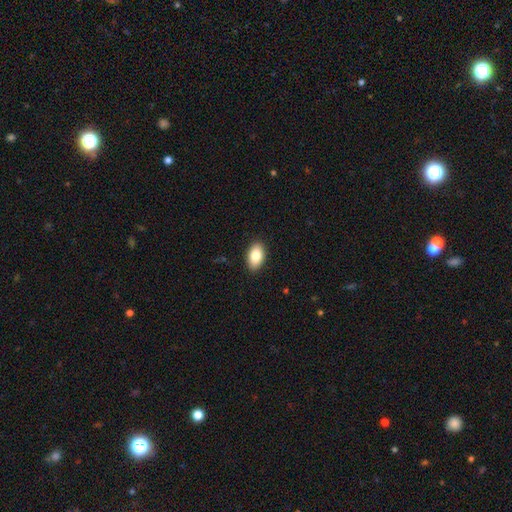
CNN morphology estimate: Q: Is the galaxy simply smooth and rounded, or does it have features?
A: smooth — 84%.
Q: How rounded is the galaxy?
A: in between — 93%.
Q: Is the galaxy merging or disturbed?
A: none — 90%.